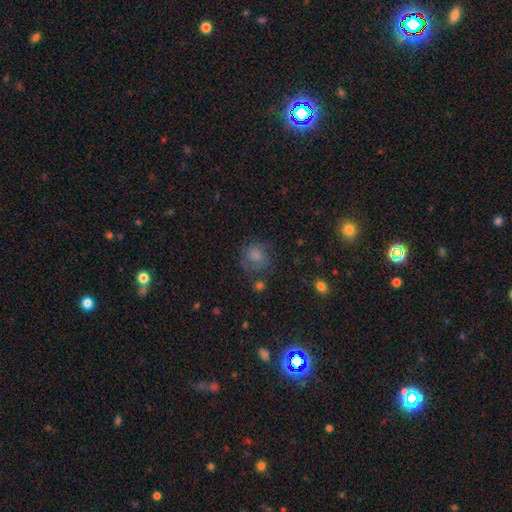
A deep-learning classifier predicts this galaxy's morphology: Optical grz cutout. It shows a smooth galaxy with no disk features (70%) that is round (76%). Merging: none (54%).